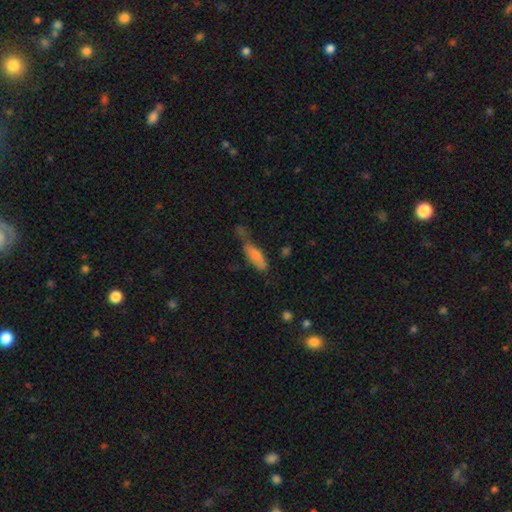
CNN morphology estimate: smooth-or-featured: smooth: 75% | featured or disk: 16% | star or artifact: 9%
  how-rounded: in between: 57% | cigar-shaped: 40% | round: 3%
  merging: none: 29% | minor disturbance: 28% | major disturbance: 22% | merger: 21%